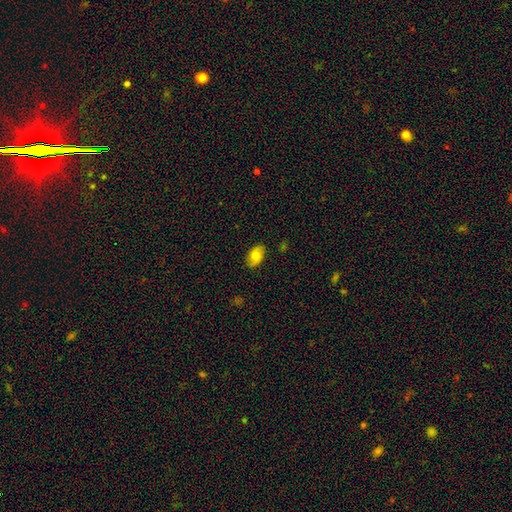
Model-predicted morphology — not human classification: This appears to be a smooth galaxy with no disk features (76%) that is in between round and cigar-shaped (91%). Merging: none (83%).